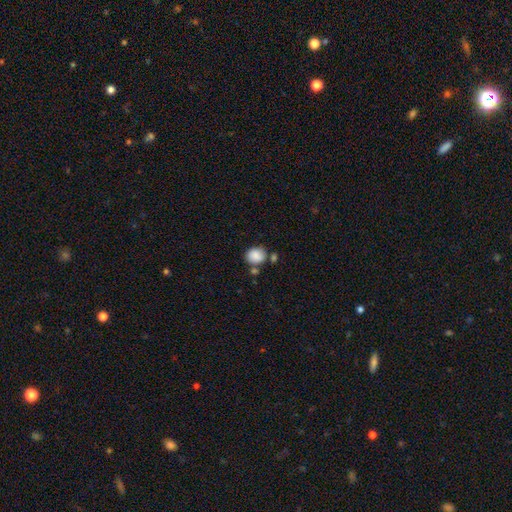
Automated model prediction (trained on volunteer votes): Morphology: type=smooth (87%); roundness=round (71%); merging=none (65%).